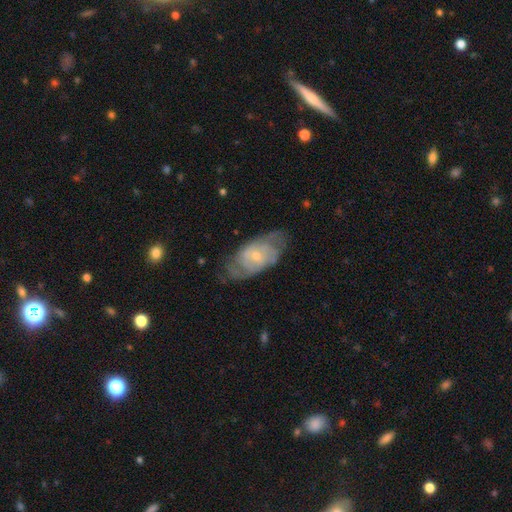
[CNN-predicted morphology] A featured or disk galaxy (70%) with no bar (61%), 2 (44%) tight (48%) spiral arms (81%) and a small central bulge (64%).

Vote fractions:
- Smooth or featured? featured or disk: 70% / smooth: 24% / star or artifact: 6%
- Edge-on disk? no: 94% / yes: 6%
- Bar? no: 61% / weak: 33% / strong: 6%
- Spiral arms? yes: 81% / no: 19%
- Spiral winding? tight: 48% / medium: 38% / loose: 14%
- Spiral arm count? 2: 44% / can't tell: 40% / 3: 8% / 4: 3% / 1: 3% / more than 4: 2%
- Bulge size? small: 64% / moderate: 31% / none: 2% / large: 2% / dominant: 1%
- Merging? none: 61% / minor disturbance: 25% / major disturbance: 12% / merger: 2%